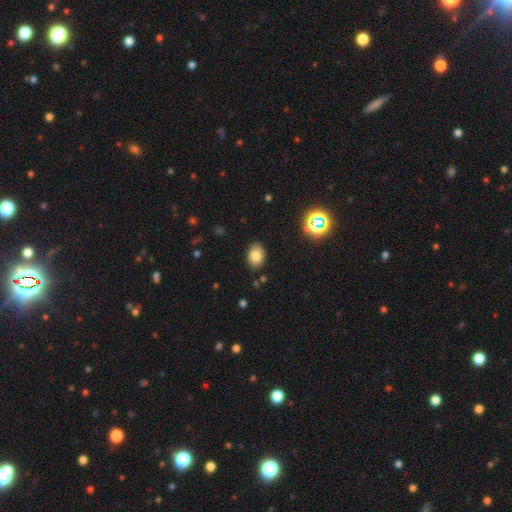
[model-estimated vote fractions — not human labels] Smooth or featured? smooth (81%)
How rounded? in between (78%)
Merging? none (86%)